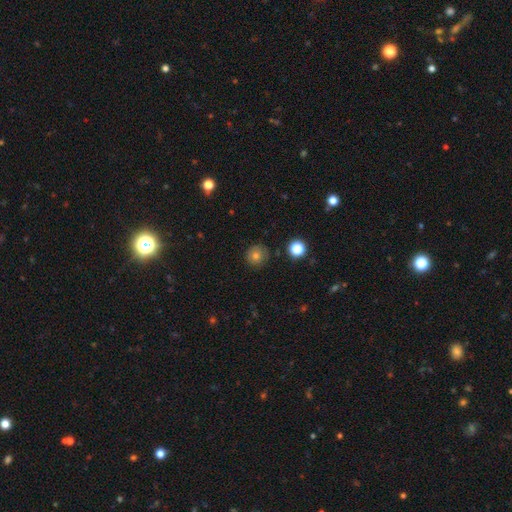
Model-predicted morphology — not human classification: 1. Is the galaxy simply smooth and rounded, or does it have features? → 74% smooth, 13% star or artifact, 12% featured or disk.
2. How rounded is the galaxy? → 94% round, 5% in between, 1% cigar-shaped.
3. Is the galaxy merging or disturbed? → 85% none, 11% minor disturbance, 3% major disturbance, 1% merger.